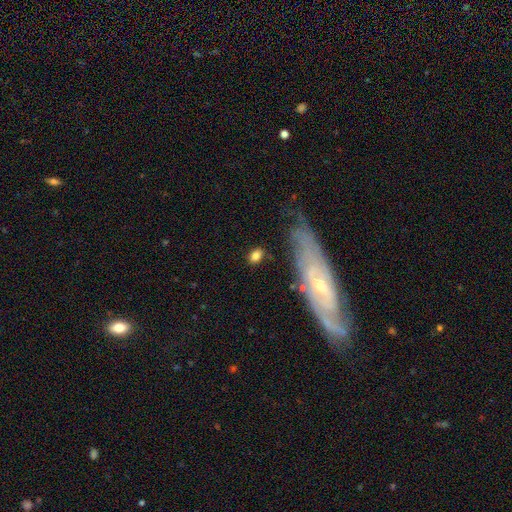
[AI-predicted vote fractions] smooth-or-featured: smooth: 77% | featured or disk: 14% | star or artifact: 8%
  how-rounded: in between: 77% | round: 18% | cigar-shaped: 4%
  merging: none: 77% | minor disturbance: 13% | major disturbance: 6% | merger: 4%